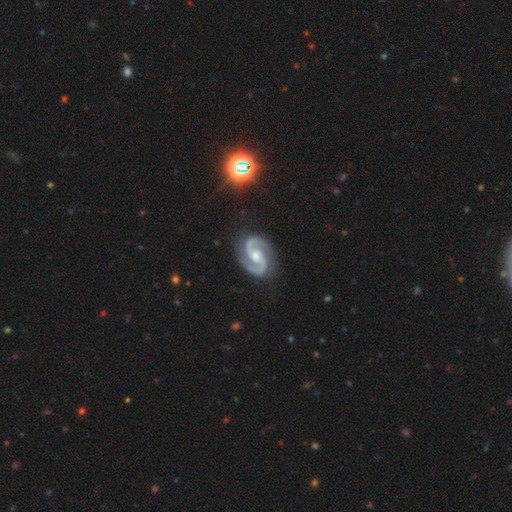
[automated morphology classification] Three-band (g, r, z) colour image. It shows a featured or disk galaxy (93%) with no bar (44%), 2 (95%) medium (64%) spiral arms (99%) and a moderate central bulge (62%). Merging: none (85%).